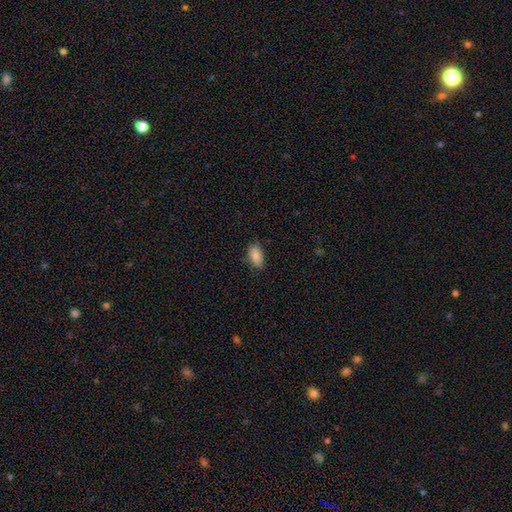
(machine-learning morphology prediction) type=smooth (88%); roundness=in between (92%); merging=none (80%).